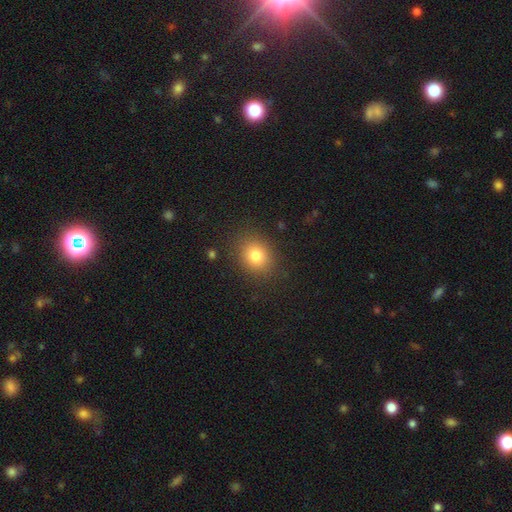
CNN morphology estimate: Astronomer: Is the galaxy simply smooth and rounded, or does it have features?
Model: smooth — 80%.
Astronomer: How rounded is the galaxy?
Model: round — 63%.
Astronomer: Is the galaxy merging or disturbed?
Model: none — 86%.